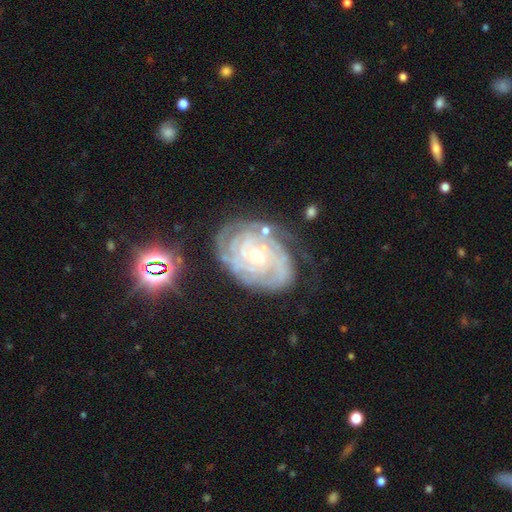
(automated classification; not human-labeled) featured or disk 86%, star or artifact 7%, smooth 7%. Down the decision tree: edge-on disk — no (97%); bar — no (70%); spiral arms — yes (96%); spiral arm count — can't tell (33%); spiral winding — tight (80%); bulge size — small (64%); merging — none (69%).